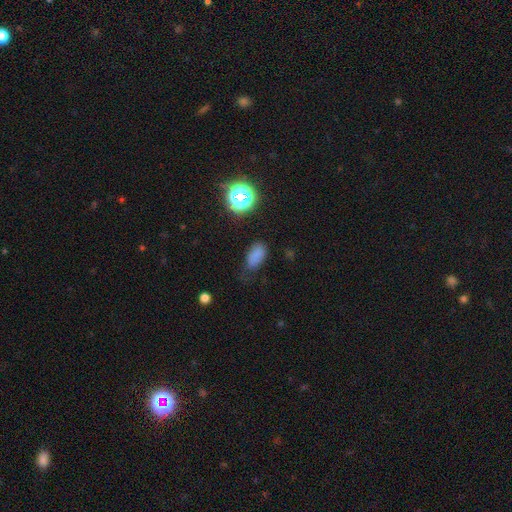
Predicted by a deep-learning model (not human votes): The model was most divided on "merging": none: 61%, minor disturbance: 27%, major disturbance: 9%, merger: 3%. More confident: how rounded — in between (89%); smooth or featured — smooth (76%).